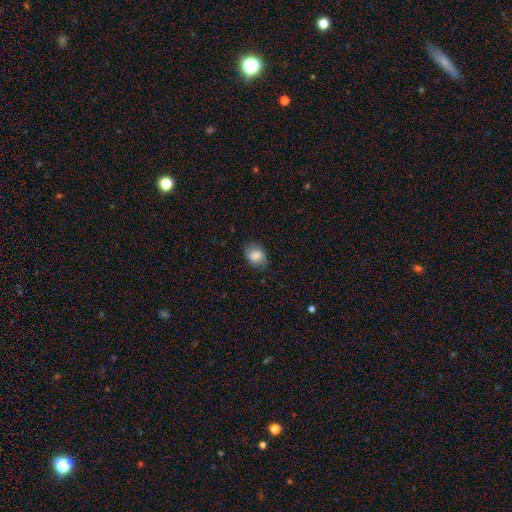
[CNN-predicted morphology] smooth-or-featured: smooth: 76% | featured or disk: 16% | star or artifact: 8%
  how-rounded: in between: 68% | round: 31% | cigar-shaped: 1%
  merging: none: 75% | minor disturbance: 19% | major disturbance: 4% | merger: 1%